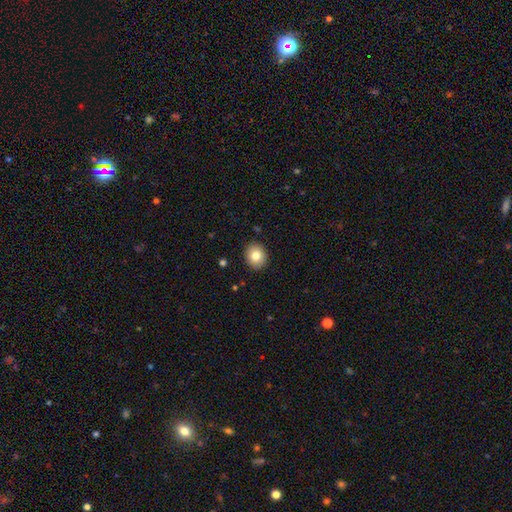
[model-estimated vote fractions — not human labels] smooth_or_featured: smooth (p=0.81) [alt: featured or disk p=0.10]
how_rounded: round (p=0.73) [alt: in between p=0.26]
merging: none (p=0.90) [alt: minor disturbance p=0.07]